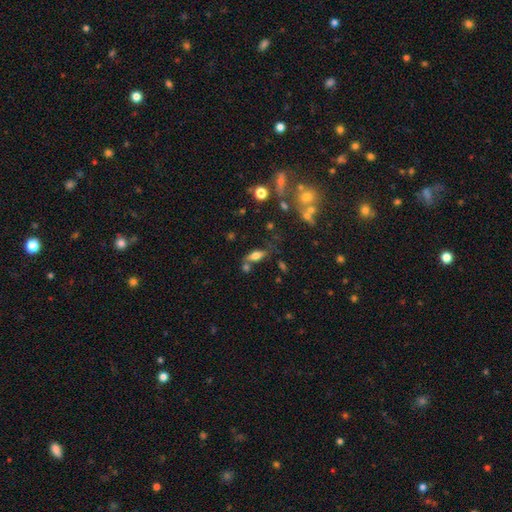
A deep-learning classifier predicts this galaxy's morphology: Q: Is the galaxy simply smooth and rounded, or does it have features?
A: smooth — 59%.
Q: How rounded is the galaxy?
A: in between — 70%.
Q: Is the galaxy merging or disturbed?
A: none — 59%.